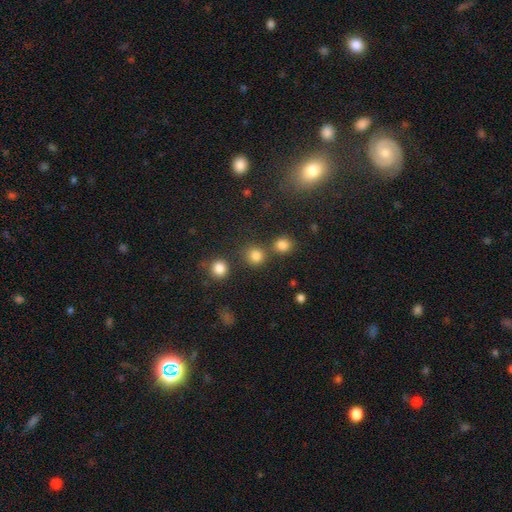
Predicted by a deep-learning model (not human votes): A smooth galaxy with no disk features (81%) that is round (89%). Merging: none (72%).